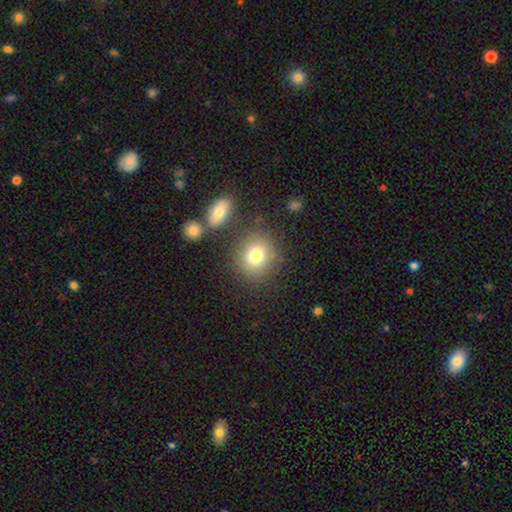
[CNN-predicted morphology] Q: Smooth or featured?
A: smooth (78%); runner-up: star or artifact (12%)
Q: How rounded?
A: round (74%); runner-up: in between (25%)
Q: Merging?
A: none (79%); runner-up: minor disturbance (10%)